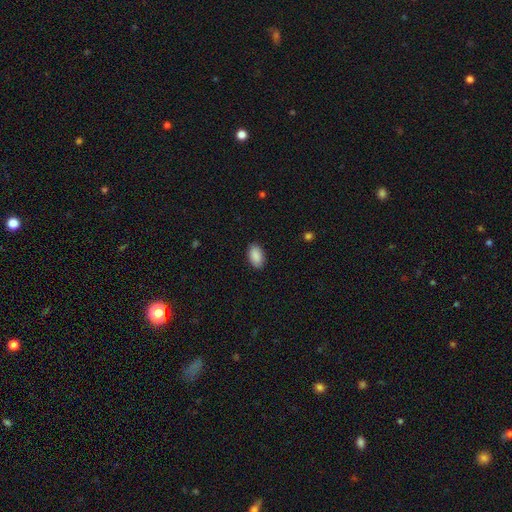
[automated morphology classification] type=smooth (90%); roundness=in between (94%); merging=none (88%).